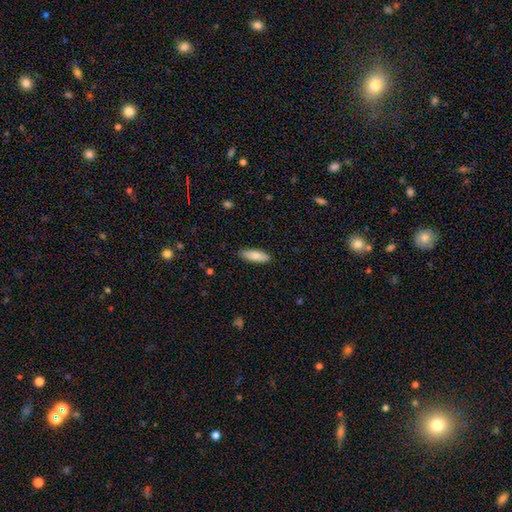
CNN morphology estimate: smooth_or_featured: smooth (p=0.81) [alt: featured or disk p=0.13]
how_rounded: in between (p=0.58) [alt: cigar-shaped p=0.40]
merging: none (p=0.87) [alt: minor disturbance p=0.10]